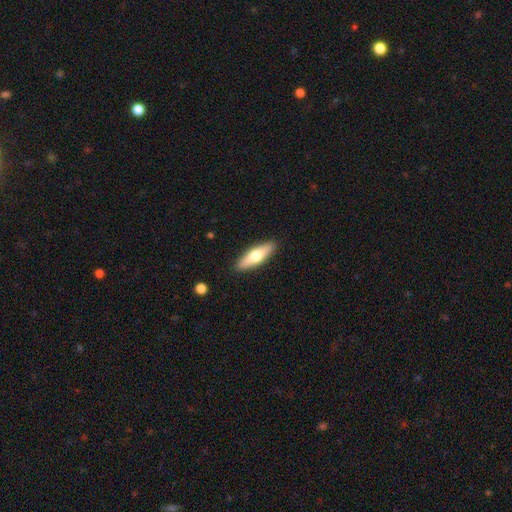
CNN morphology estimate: smooth 56%, featured or disk 39%, star or artifact 5%. Down the decision tree: how rounded — cigar-shaped (58%); merging — none (90%).